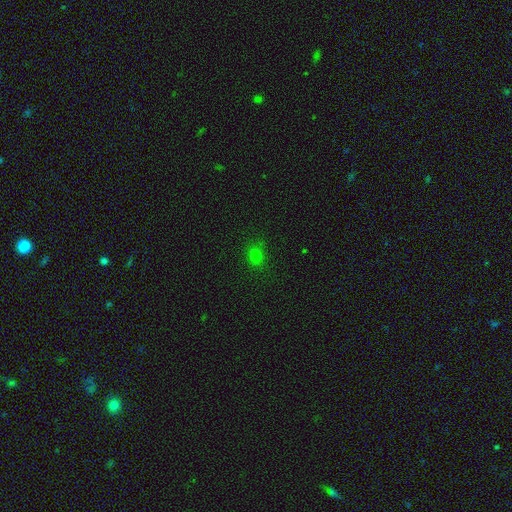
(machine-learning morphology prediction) type=smooth (72%); roundness=round (76%); merging=none (84%).